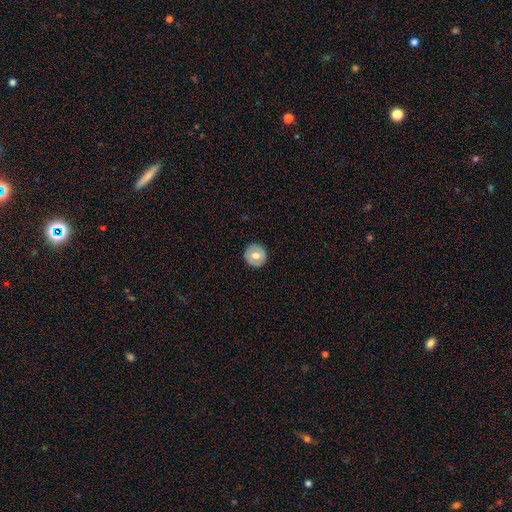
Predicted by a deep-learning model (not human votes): Smooth or featured? Predicted: smooth (p=0.67). How rounded? Predicted: round (p=0.94). Merging? Predicted: none (p=0.91).